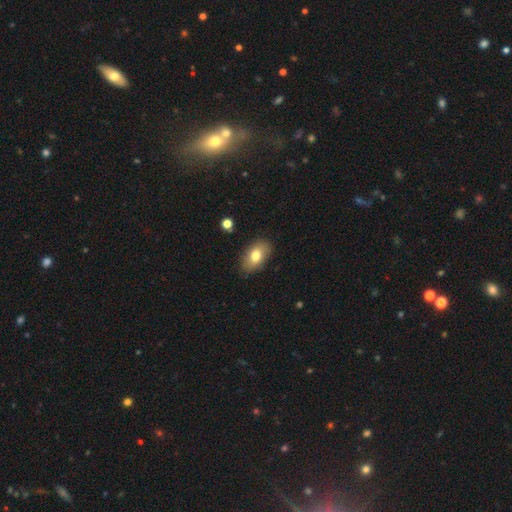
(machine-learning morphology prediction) A smooth galaxy with no disk features (75%) that is in between round and cigar-shaped (90%).

Vote fractions:
- Smooth or featured? smooth: 75% / featured or disk: 17% / star or artifact: 8%
- How rounded? in between: 90% / round: 8% / cigar-shaped: 2%
- Merging? none: 84% / minor disturbance: 12% / major disturbance: 3% / merger: 1%